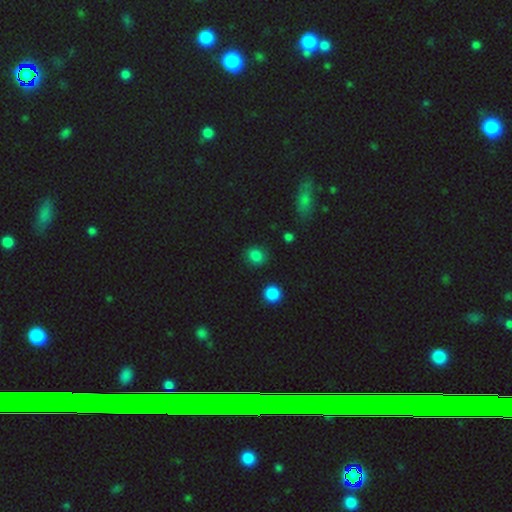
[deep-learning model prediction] smooth-or-featured: smooth: 83% | star or artifact: 13% | featured or disk: 4%
  how-rounded: round: 76% | in between: 23% | cigar-shaped: 1%
  merging: none: 85% | minor disturbance: 10% | major disturbance: 3% | merger: 2%